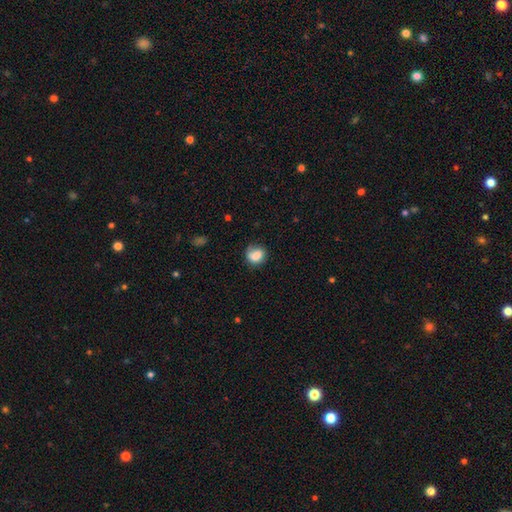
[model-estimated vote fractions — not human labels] A smooth galaxy with no disk features (80%) that is round (69%). Merging: none (63%).